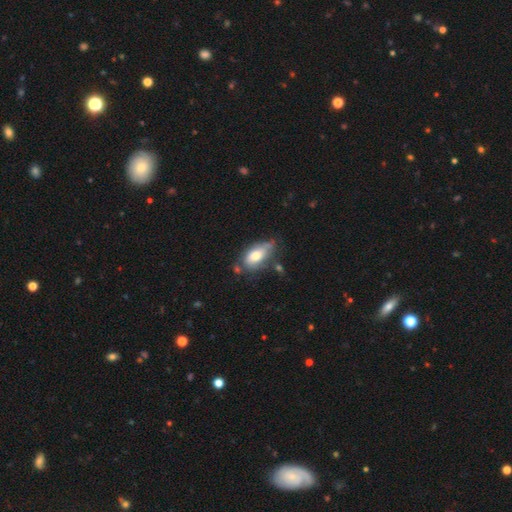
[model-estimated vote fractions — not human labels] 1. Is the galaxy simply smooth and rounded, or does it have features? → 70% smooth, 23% featured or disk, 7% star or artifact.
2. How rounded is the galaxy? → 91% in between, 5% cigar-shaped, 5% round.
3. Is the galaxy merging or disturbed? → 48% none, 31% minor disturbance, 11% merger, 10% major disturbance.